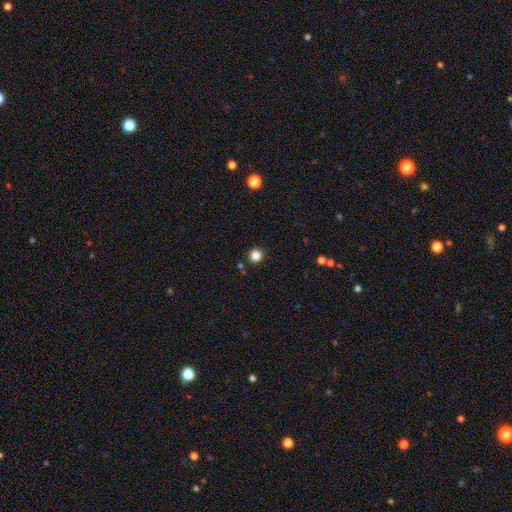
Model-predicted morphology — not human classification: smooth 84%, star or artifact 13%, featured or disk 4%. Down the decision tree: how rounded — round (95%); merging — none (89%).